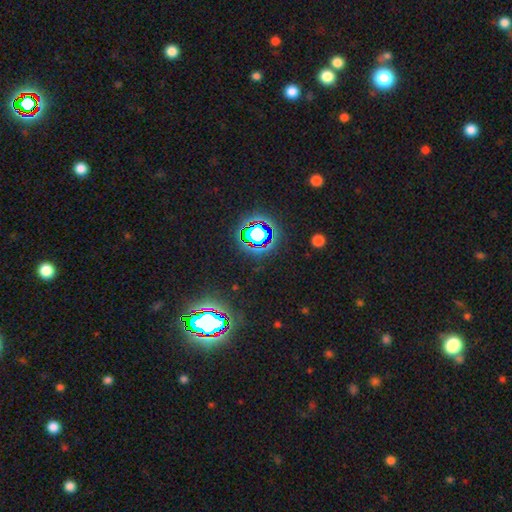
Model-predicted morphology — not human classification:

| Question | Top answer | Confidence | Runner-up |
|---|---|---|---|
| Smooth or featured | star or artifact | 82% | smooth (11%) |